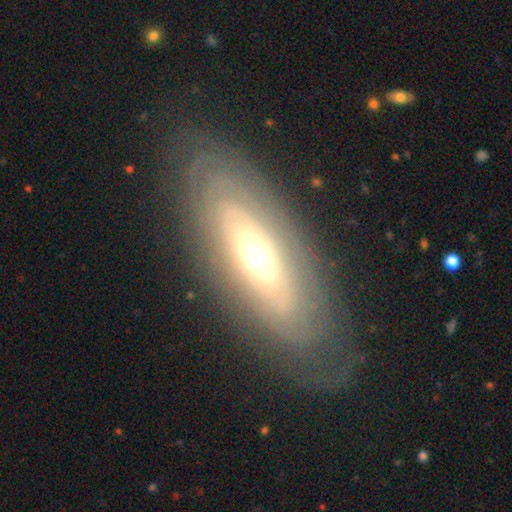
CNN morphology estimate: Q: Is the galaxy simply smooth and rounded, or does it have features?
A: featured or disk — 72%.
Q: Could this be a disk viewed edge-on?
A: no — 81%.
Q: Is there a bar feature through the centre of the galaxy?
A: no — 78%.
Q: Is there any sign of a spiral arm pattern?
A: yes — 62%.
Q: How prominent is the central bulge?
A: moderate — 56%.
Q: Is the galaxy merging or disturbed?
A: none — 80%.